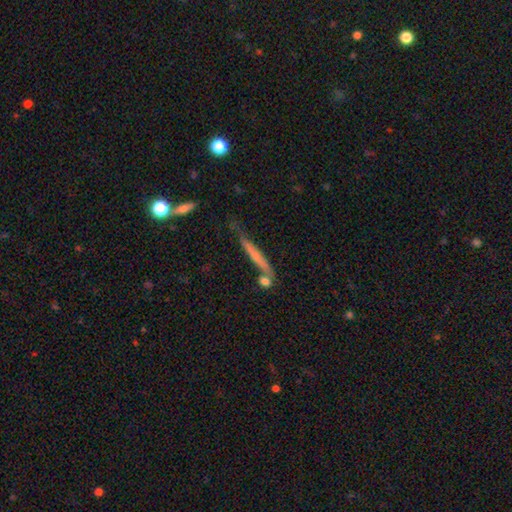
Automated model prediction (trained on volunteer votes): Smooth or featured? featured or disk (46%, tied with smooth)
Merging? none (58%)